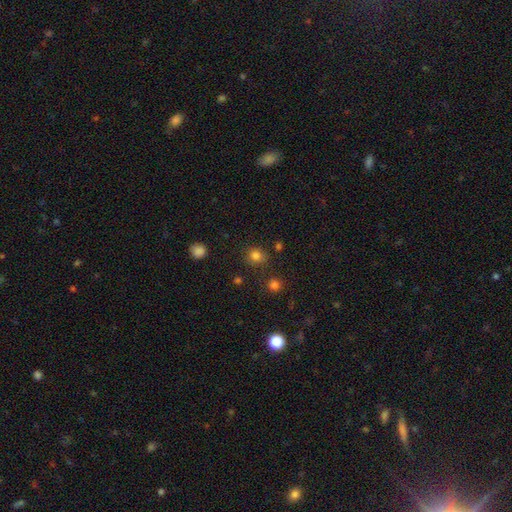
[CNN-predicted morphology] Q: Smooth or featured?
A: smooth (81%); runner-up: star or artifact (14%)
Q: How rounded?
A: round (80%); runner-up: in between (20%)
Q: Merging?
A: none (81%); runner-up: minor disturbance (12%)